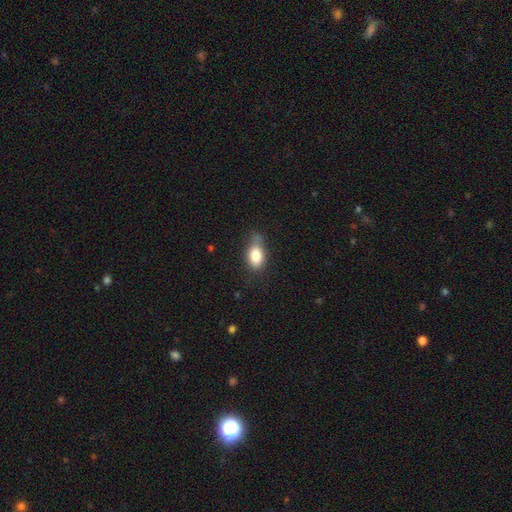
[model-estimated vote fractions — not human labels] Smooth or featured: smooth — 81% (featured or disk — 11%)
How rounded: in between — 86% (round — 10%)
Merging: none — 50% (minor disturbance — 35%)